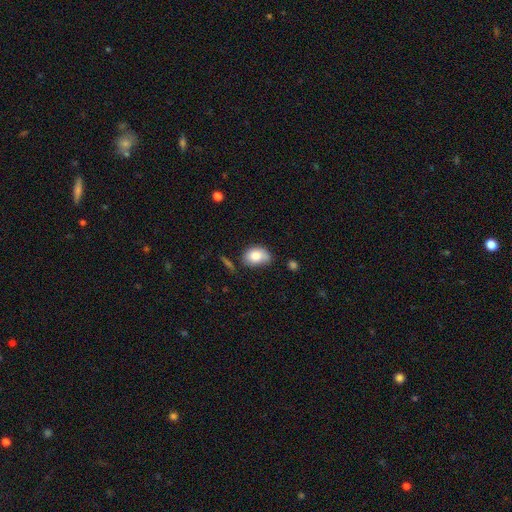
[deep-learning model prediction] Morphology: type=smooth (82%); roundness=in between (76%); merging=none (52%).